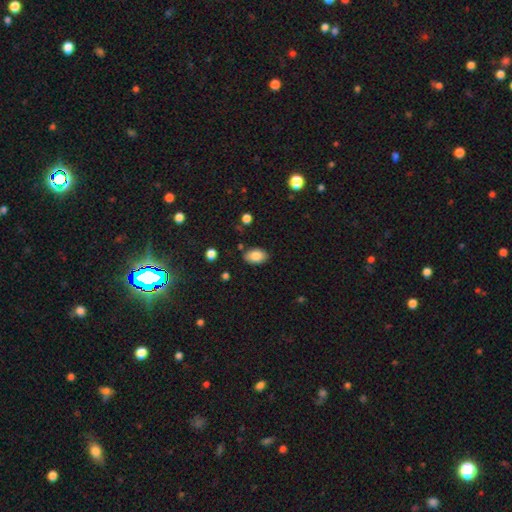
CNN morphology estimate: Smooth or featured?
  - smooth: 84% *
  - star or artifact: 8%
  - featured or disk: 8%
How rounded?
  - in between: 90% *
  - round: 9%
  - cigar-shaped: 1%
Merging?
  - none: 83% *
  - minor disturbance: 12%
  - major disturbance: 3%
  - merger: 2%